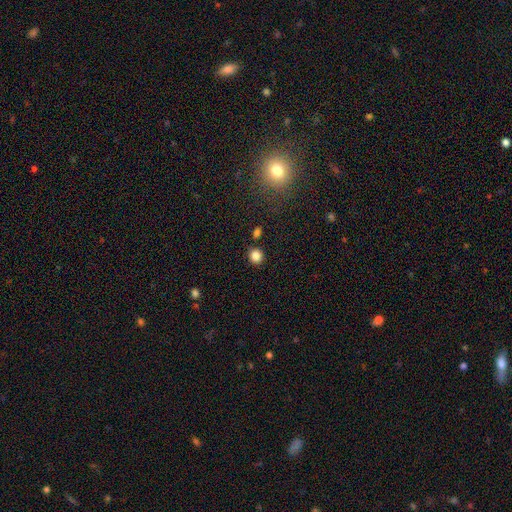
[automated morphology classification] A smooth galaxy with no disk features (84%) that is round (85%).

Vote fractions:
- Smooth or featured? smooth: 84% / star or artifact: 11% / featured or disk: 5%
- How rounded? round: 85% / in between: 14% / cigar-shaped: 1%
- Merging? none: 83% / minor disturbance: 8% / merger: 6% / major disturbance: 2%